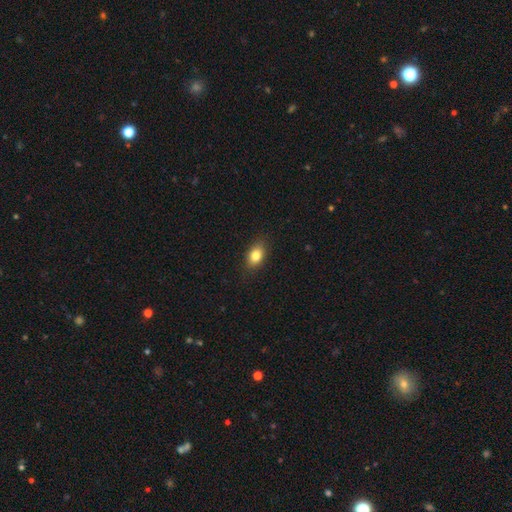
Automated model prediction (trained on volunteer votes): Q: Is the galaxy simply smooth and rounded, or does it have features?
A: smooth — 82%.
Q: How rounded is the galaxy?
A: in between — 80%.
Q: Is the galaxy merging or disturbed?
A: none — 86%.